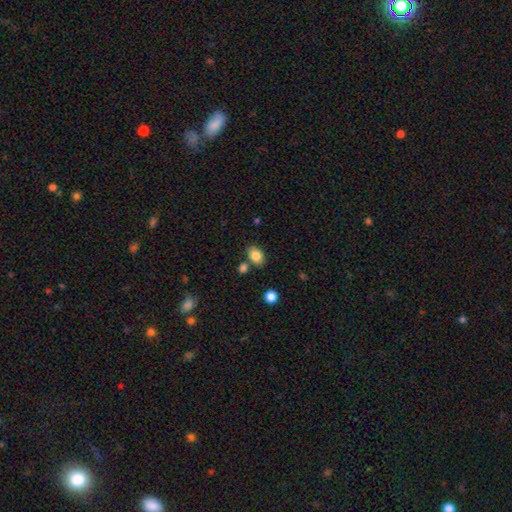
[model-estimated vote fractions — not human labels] A smooth galaxy with no disk features (84%) that is in between round and cigar-shaped (78%).

Vote fractions:
- Smooth or featured? smooth: 84% / star or artifact: 9% / featured or disk: 7%
- How rounded? in between: 78% / round: 21% / cigar-shaped: 1%
- Merging? none: 74% / minor disturbance: 13% / merger: 11% / major disturbance: 3%